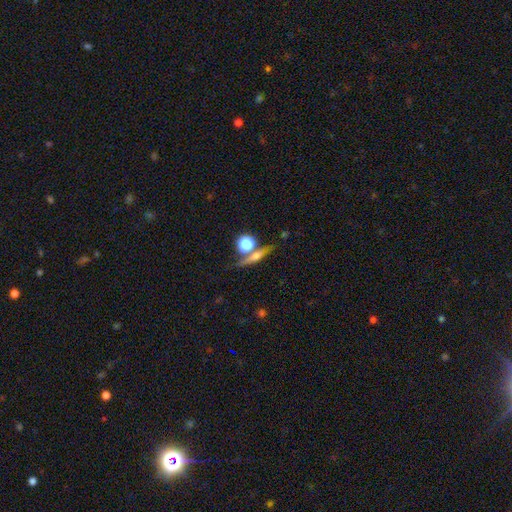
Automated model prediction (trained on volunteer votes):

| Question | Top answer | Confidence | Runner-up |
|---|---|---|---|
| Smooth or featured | featured or disk | 45% | smooth (42%) |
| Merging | none | 70% | merger (15%) |